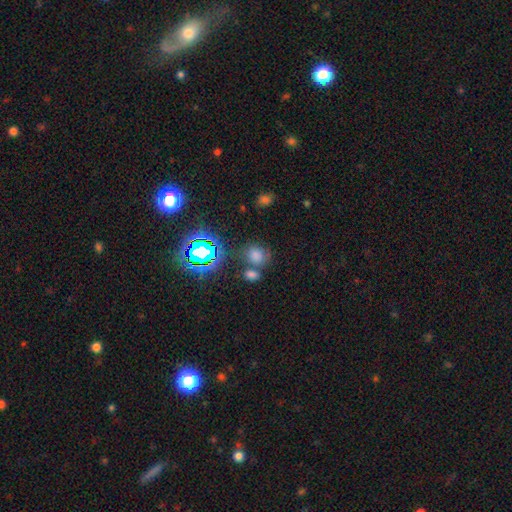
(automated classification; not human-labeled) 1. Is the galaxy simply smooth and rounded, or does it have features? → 67% smooth, 26% star or artifact, 7% featured or disk.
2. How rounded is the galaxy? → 60% round, 38% in between, 1% cigar-shaped.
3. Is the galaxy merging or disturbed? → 57% none, 25% merger, 12% minor disturbance, 6% major disturbance.